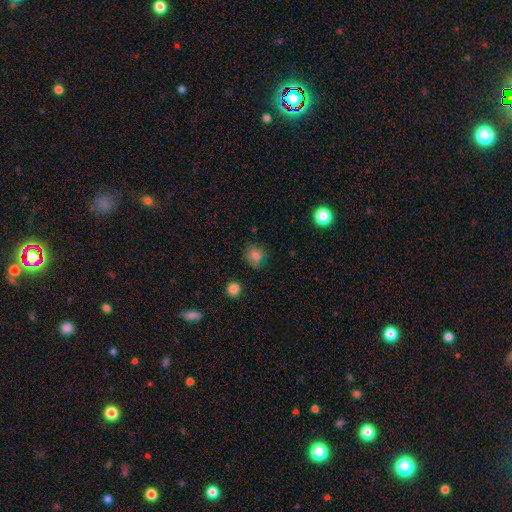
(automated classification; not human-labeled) This appears to be a smooth galaxy with no disk features (79%) that is round (73%). Merging: none (74%).